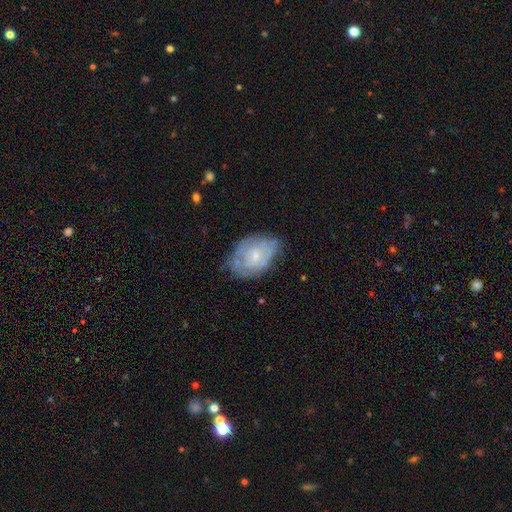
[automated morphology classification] Smooth or featured? featured or disk (56%)
Edge-on disk? no (96%)
Bar? no (69%)
Spiral arms? yes (51%)
Bulge size? small (63%)
Merging? none (48%)